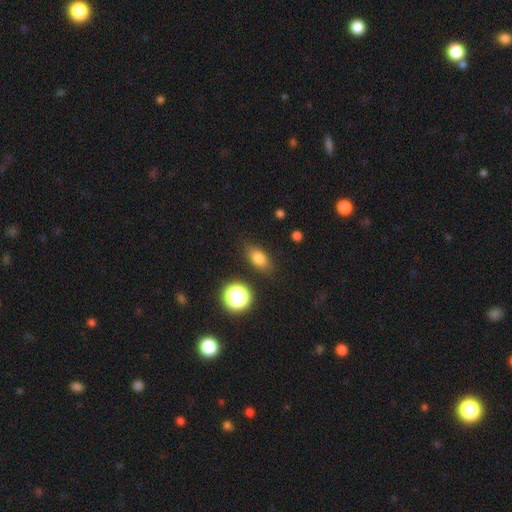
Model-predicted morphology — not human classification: smooth 74%, star or artifact 17%, featured or disk 9%. Down the decision tree: how rounded — in between (78%); merging — none (86%).